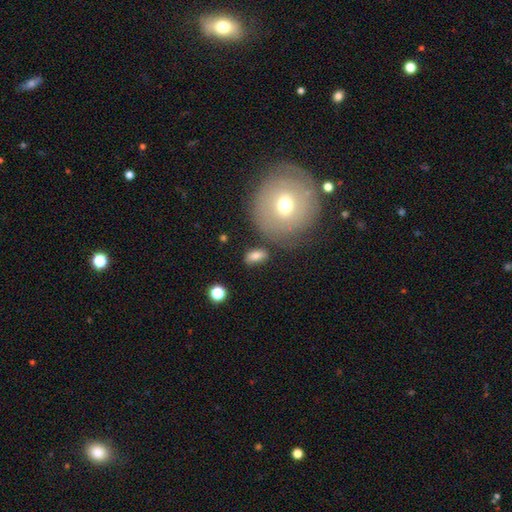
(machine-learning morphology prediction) smooth-or-featured: smooth: 79% | featured or disk: 12% | star or artifact: 9%
  how-rounded: in between: 84% | round: 10% | cigar-shaped: 5%
  merging: none: 75% | minor disturbance: 14% | merger: 6% | major disturbance: 5%